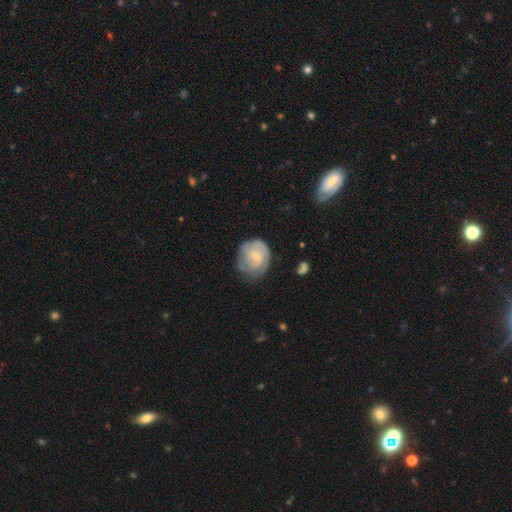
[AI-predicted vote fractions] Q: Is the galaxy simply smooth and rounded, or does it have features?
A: featured or disk — 54%.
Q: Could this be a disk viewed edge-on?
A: no — 98%.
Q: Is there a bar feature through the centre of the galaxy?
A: no — 57%.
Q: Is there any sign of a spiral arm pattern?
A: yes — 79%.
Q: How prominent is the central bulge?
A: small — 63%.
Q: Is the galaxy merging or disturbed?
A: none — 54%.